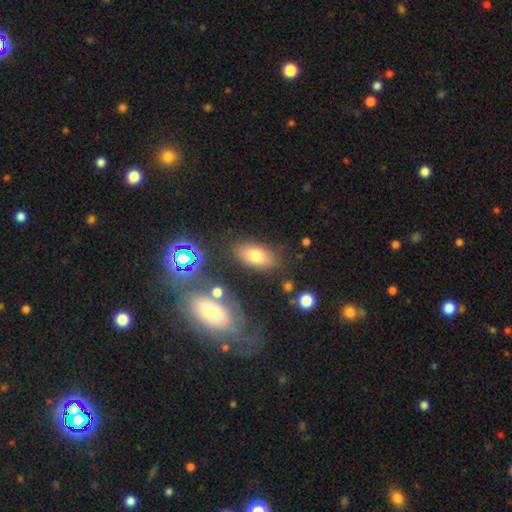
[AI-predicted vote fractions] Q: Smooth or featured?
A: smooth (74%); runner-up: featured or disk (15%)
Q: How rounded?
A: in between (90%); runner-up: round (7%)
Q: Merging?
A: none (81%); runner-up: minor disturbance (11%)